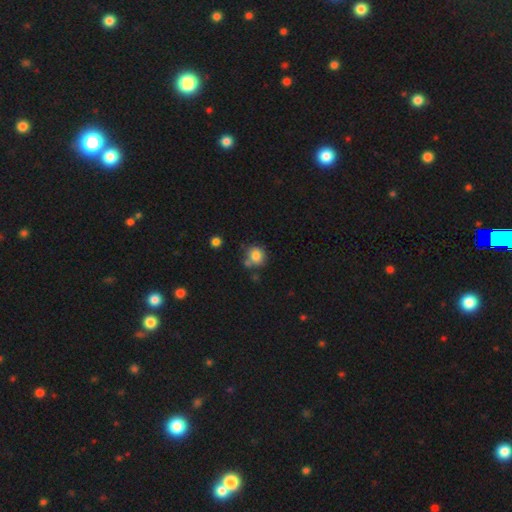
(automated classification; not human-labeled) smooth_or_featured: smooth (p=0.82) [alt: star or artifact p=0.10]
how_rounded: round (p=0.84) [alt: in between p=0.15]
merging: none (p=0.63) [alt: minor disturbance p=0.16]